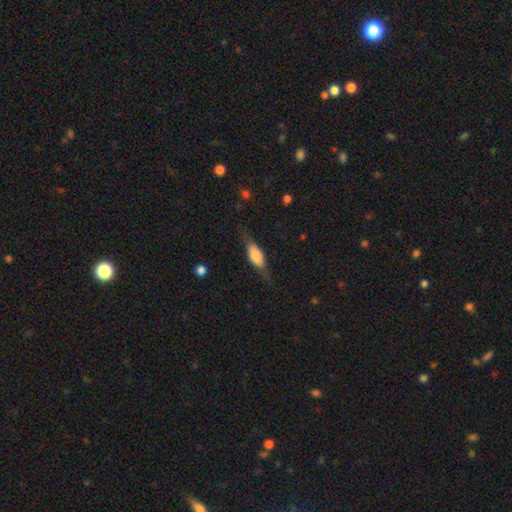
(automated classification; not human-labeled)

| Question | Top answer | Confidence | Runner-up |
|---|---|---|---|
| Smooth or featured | smooth | 56% | featured or disk (38%) |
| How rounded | in between | 65% | cigar-shaped (31%) |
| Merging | none | 68% | minor disturbance (21%) |